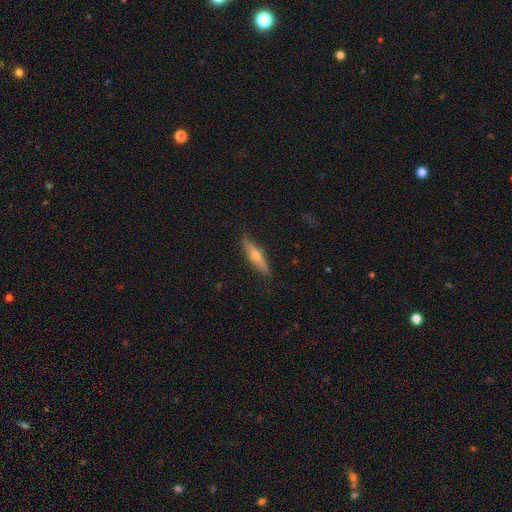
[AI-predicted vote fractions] A featured or disk galaxy (56%) viewed edge-on (92%) with a rounded central bulge (92%).

Vote fractions:
- Smooth or featured? featured or disk: 56% / smooth: 38% / star or artifact: 6%
- Edge-on disk? yes: 92% / no: 8%
- Edge-on bulge? rounded: 92% / none: 6% / boxy: 3%
- Merging? none: 86% / minor disturbance: 11% / major disturbance: 2% / merger: 1%